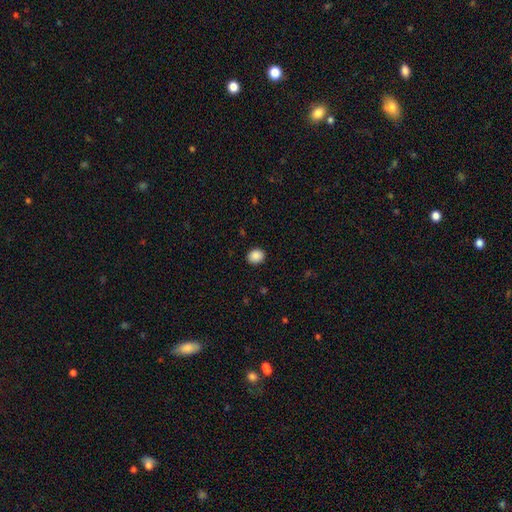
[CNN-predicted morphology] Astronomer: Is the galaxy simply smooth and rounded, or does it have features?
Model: smooth — 88%.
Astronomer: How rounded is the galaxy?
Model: round — 70%.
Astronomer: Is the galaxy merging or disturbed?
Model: none — 91%.